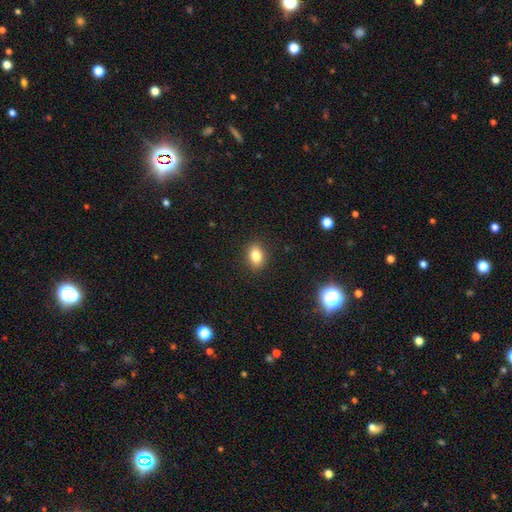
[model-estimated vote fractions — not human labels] smooth 82%, star or artifact 10%, featured or disk 8%. Down the decision tree: how rounded — in between (73%); merging — none (89%).